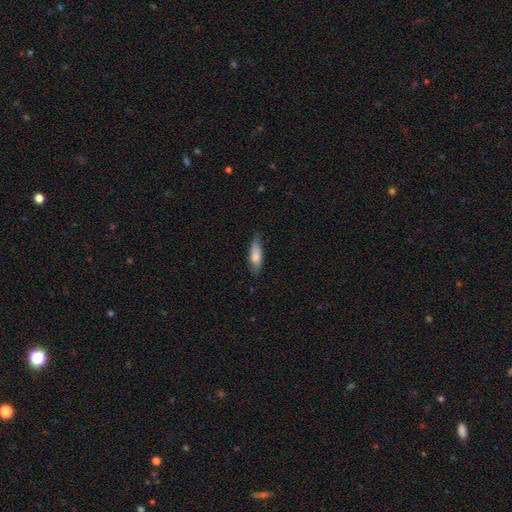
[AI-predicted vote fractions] smooth 76%, featured or disk 18%, star or artifact 6%. Down the decision tree: how rounded — in between (56%); merging — none (72%).